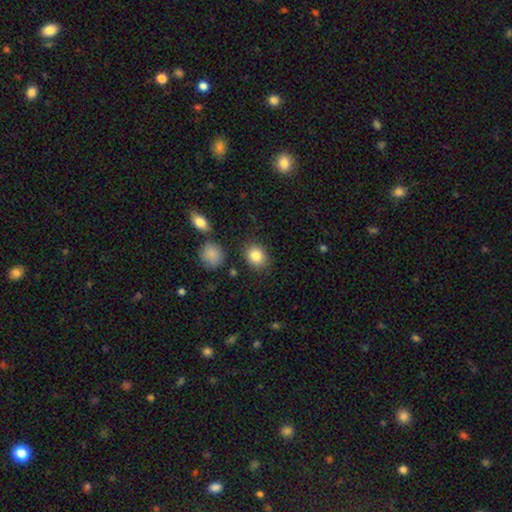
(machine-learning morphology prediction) This is clearly a smooth galaxy (84%). How rounded: possibly round (55%). Merging: clearly none (84%).